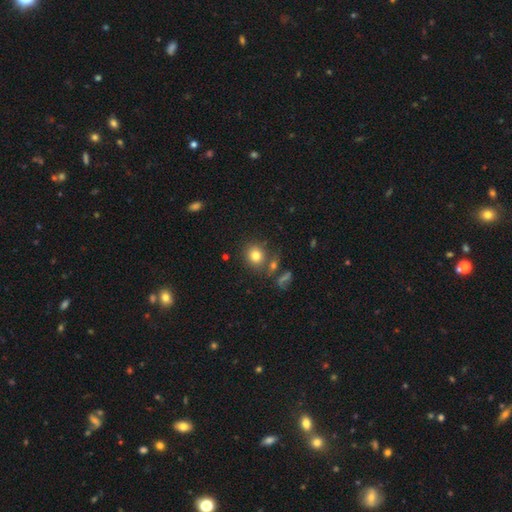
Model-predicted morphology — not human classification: A smooth galaxy with no disk features (79%) that is round (79%).

Vote fractions:
- Smooth or featured? smooth: 79% / star or artifact: 12% / featured or disk: 9%
- How rounded? round: 79% / in between: 20% / cigar-shaped: 1%
- Merging? none: 72% / merger: 13% / minor disturbance: 11% / major disturbance: 4%